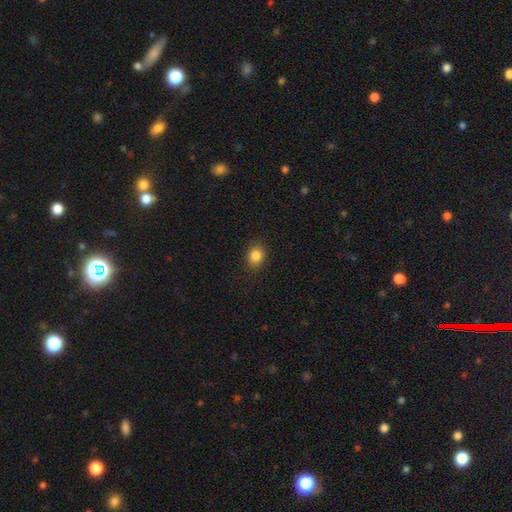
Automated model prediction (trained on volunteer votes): Smooth or featured? Predicted: smooth (p=0.85). How rounded? Predicted: round (p=0.51). Merging? Predicted: none (p=0.86).